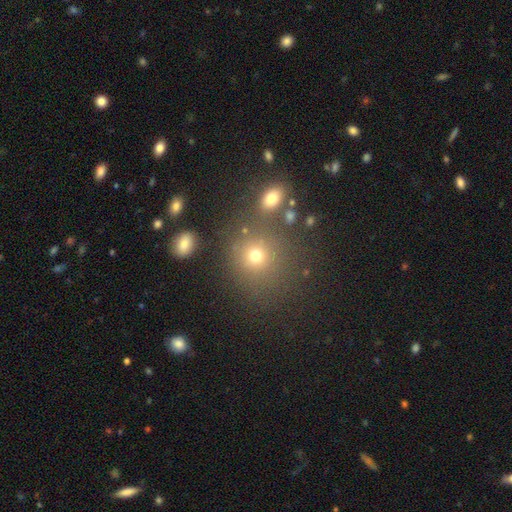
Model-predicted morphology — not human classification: This is likely a smooth galaxy (72%). How rounded: clearly round (84%). Merging: likely none (72%).